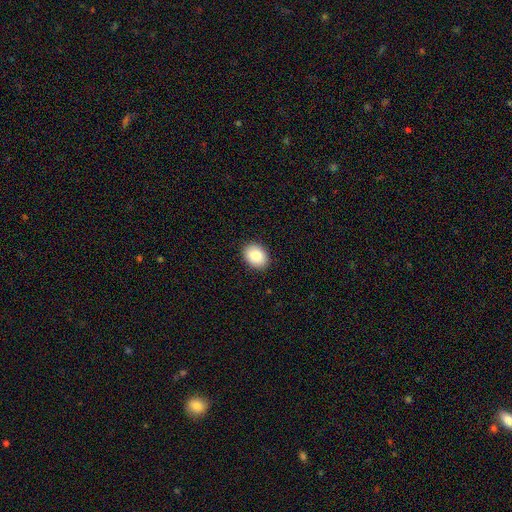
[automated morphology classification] Overall: smooth (89%). How rounded: in between (71%). Merging: none (90%).